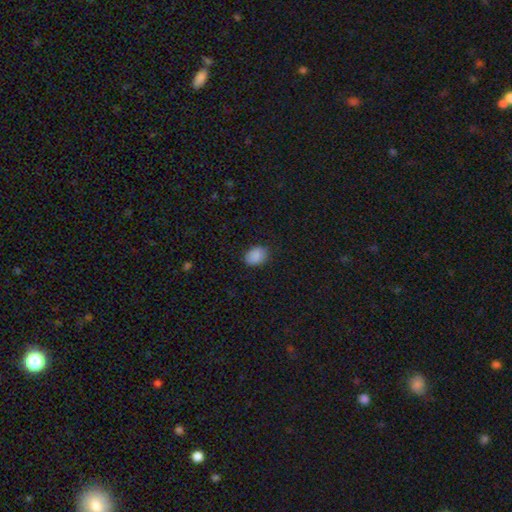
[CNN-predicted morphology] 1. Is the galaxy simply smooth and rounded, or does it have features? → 89% smooth, 8% star or artifact, 3% featured or disk.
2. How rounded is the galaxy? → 71% in between, 28% round, 1% cigar-shaped.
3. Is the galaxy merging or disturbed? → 85% none, 11% minor disturbance, 3% major disturbance, 1% merger.